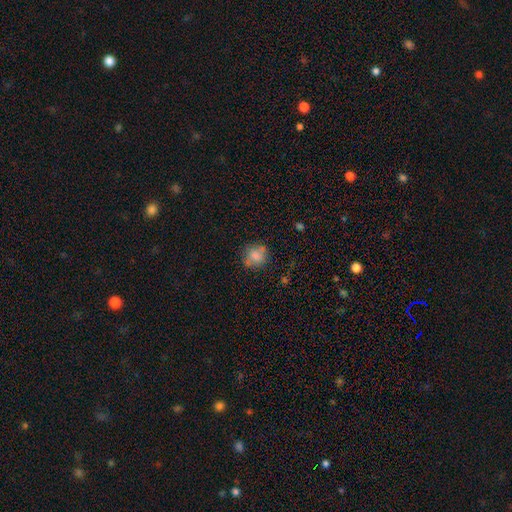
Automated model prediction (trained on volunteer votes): Morphology: type=smooth (73%); roundness=round (77%); merging=none (66%).